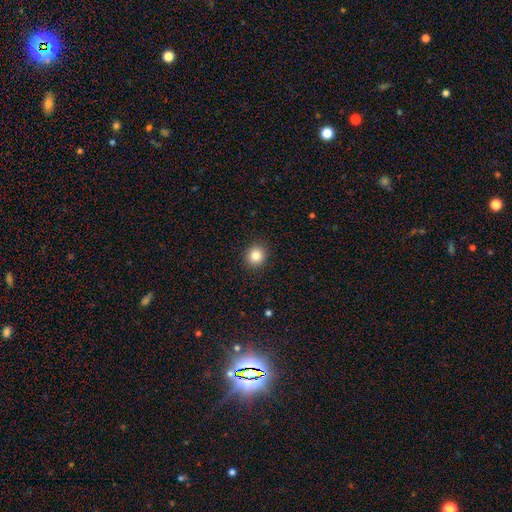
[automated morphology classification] This appears to be a smooth galaxy with no disk features (84%) that is round (89%). Merging: none (92%).